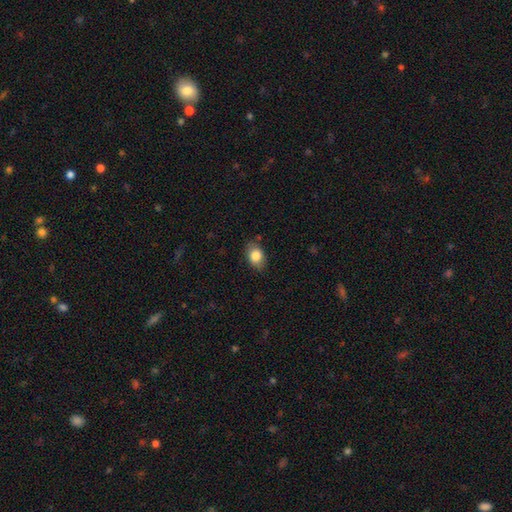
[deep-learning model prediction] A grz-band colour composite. It shows a smooth galaxy with no disk features (83%) that is in between round and cigar-shaped (76%). Merging: none (81%).